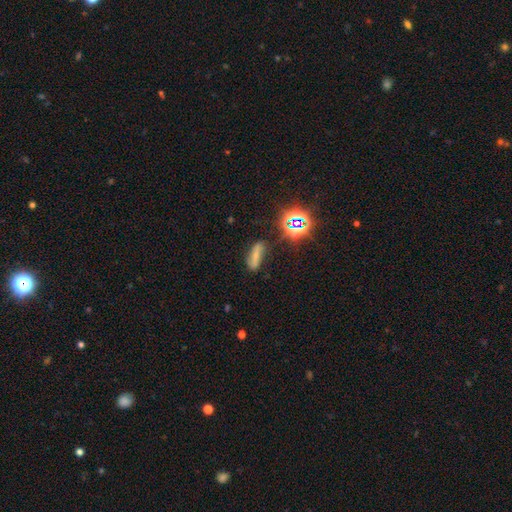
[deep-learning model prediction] Smooth or featured? smooth (51%)
How rounded? in between (48%)
Merging? none (66%)